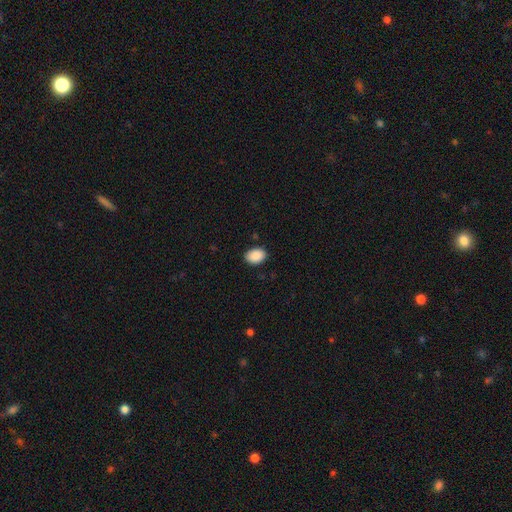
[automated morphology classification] type=smooth (90%); roundness=in between (79%); merging=none (88%).